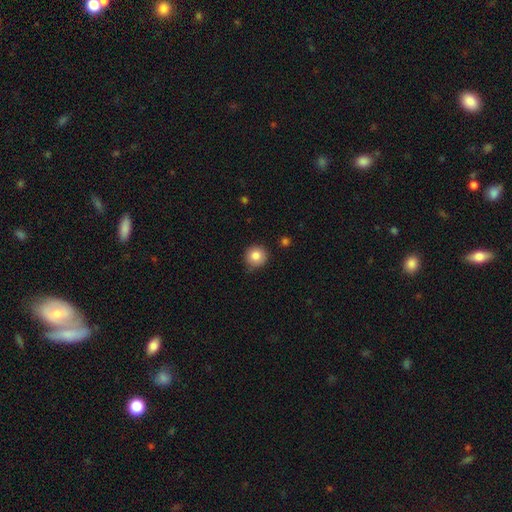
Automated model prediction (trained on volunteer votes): This is clearly a smooth galaxy (84%). How rounded: clearly round (93%). Merging: clearly none (82%).